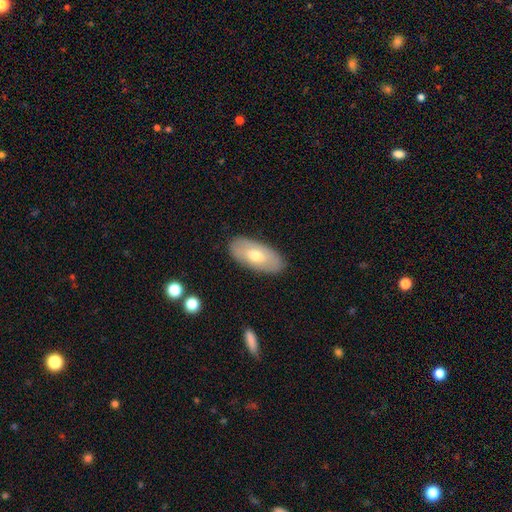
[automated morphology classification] This appears to be a smooth galaxy with no disk features (58%) that is in between round and cigar-shaped (92%). Merging: none (86%).